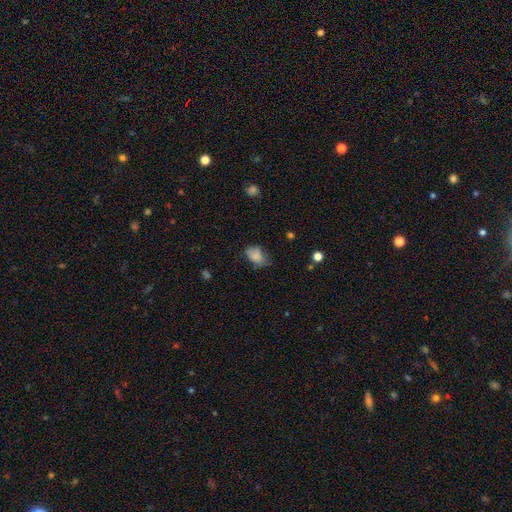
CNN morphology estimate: This appears to be a smooth galaxy with no disk features (81%) that is in between round and cigar-shaped (80%). Merging: none (53%).